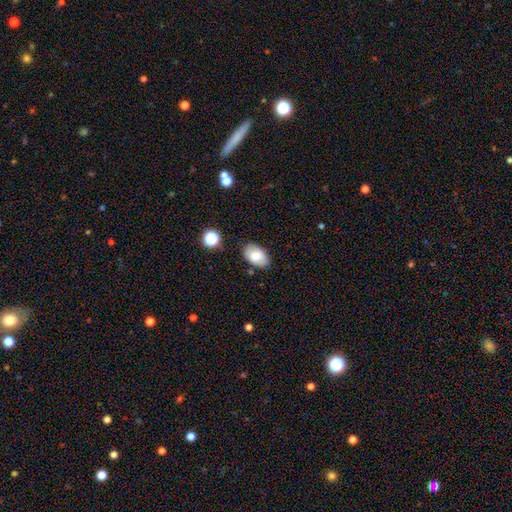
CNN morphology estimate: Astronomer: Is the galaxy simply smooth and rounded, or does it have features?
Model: smooth — 78%.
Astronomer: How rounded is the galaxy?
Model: in between — 91%.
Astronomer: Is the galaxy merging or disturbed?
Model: none — 81%.